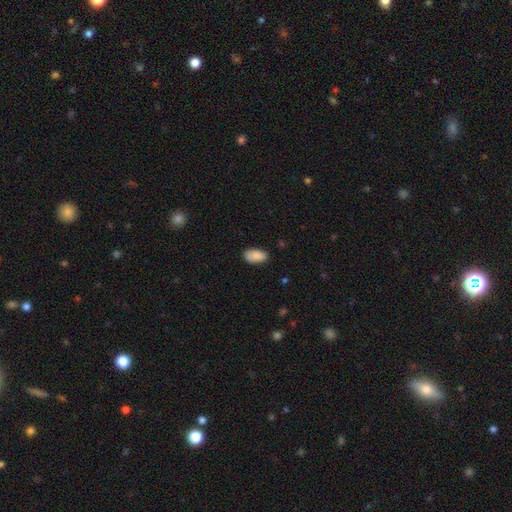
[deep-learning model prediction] Overall: smooth (86%). How rounded: in between (94%). Merging: none (80%).